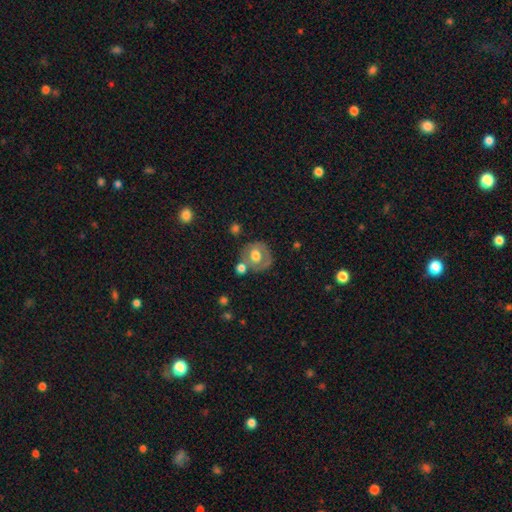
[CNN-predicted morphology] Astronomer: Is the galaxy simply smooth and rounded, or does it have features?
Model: smooth — 51% (runner-up: featured or disk, 41%).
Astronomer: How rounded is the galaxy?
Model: round — 80%.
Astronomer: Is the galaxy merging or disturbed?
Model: none — 62%.